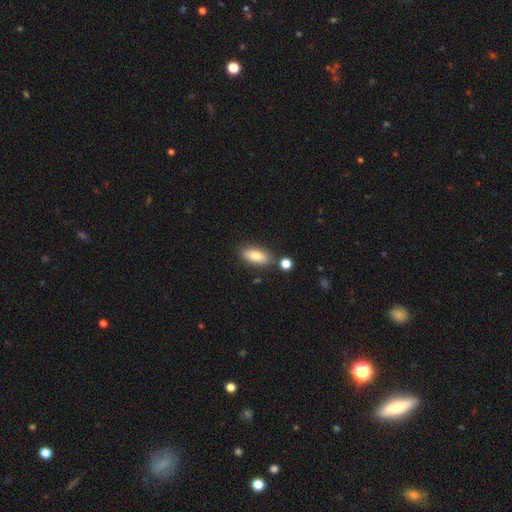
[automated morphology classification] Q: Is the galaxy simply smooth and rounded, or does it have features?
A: smooth — 78%.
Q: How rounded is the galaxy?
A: in between — 81%.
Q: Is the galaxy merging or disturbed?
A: none — 77%.